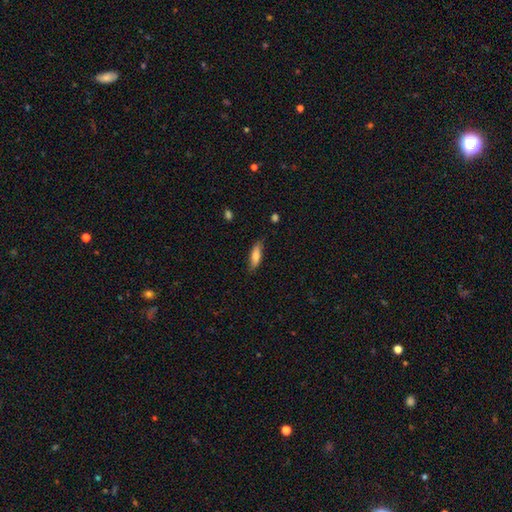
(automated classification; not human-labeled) Overall: smooth (72%). How rounded: in between (53%; cigar-shaped 45%). Merging: none (77%).